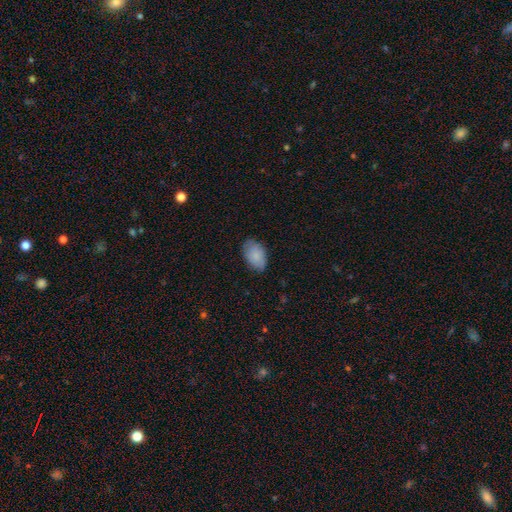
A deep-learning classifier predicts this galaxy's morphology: Q: Smooth or featured?
A: smooth (86%); runner-up: featured or disk (8%)
Q: How rounded?
A: in between (92%); runner-up: round (7%)
Q: Merging?
A: none (78%); runner-up: minor disturbance (18%)